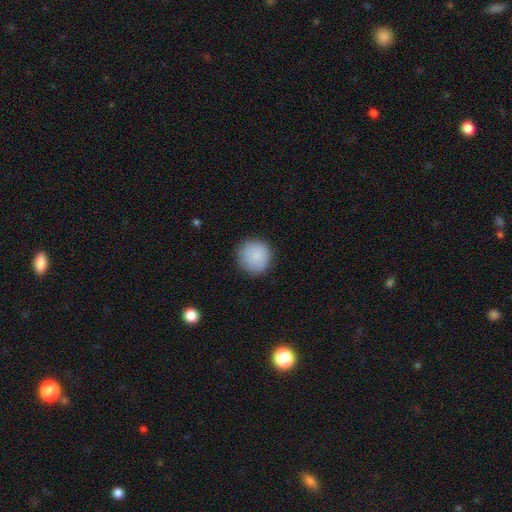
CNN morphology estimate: This appears to be a smooth galaxy with no disk features (88%) that is round (92%). Merging: none (87%).